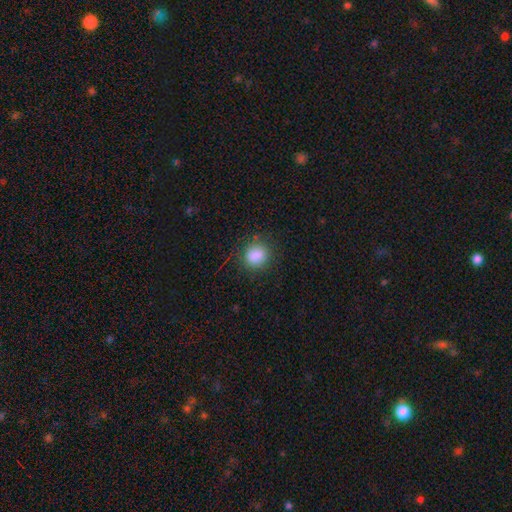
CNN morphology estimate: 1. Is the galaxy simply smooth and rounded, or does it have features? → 86% smooth, 10% star or artifact, 4% featured or disk.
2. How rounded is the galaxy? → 75% round, 24% in between, 1% cigar-shaped.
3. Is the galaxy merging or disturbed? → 82% none, 12% minor disturbance, 4% major disturbance, 1% merger.